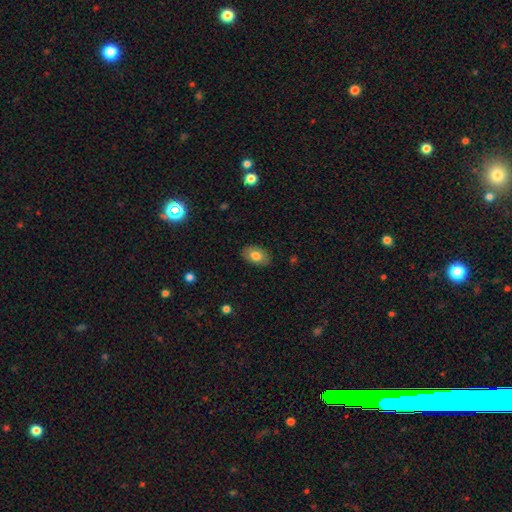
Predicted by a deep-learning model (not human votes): Smooth or featured: smooth — 77% (featured or disk — 15%)
How rounded: in between — 88% (round — 11%)
Merging: none — 86% (minor disturbance — 10%)